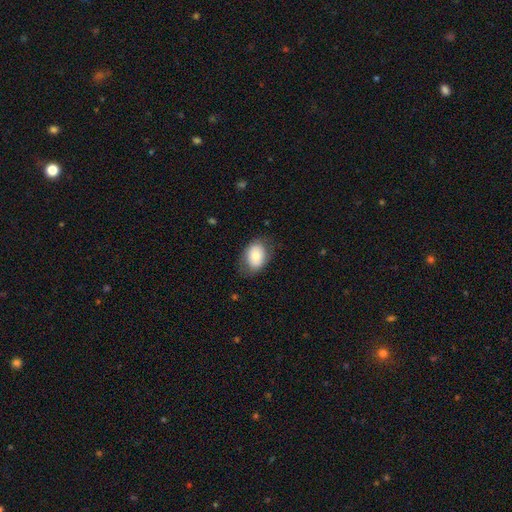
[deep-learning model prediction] This appears to be a smooth galaxy with no disk features (78%) that is in between round and cigar-shaped (75%). Merging: none (72%).